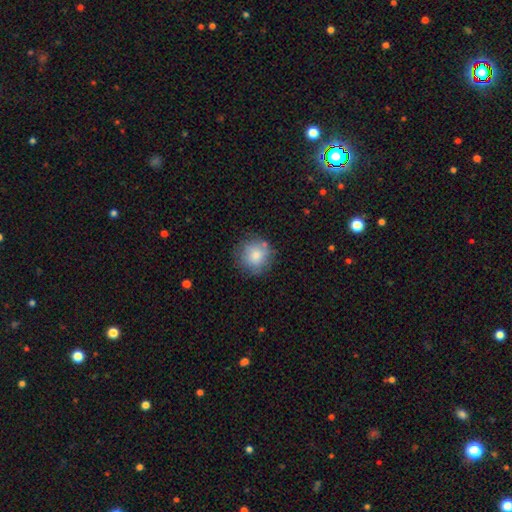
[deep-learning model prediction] Smooth or featured: smooth — 79% (featured or disk — 13%)
How rounded: round — 91% (in between — 8%)
Merging: none — 75% (minor disturbance — 17%)